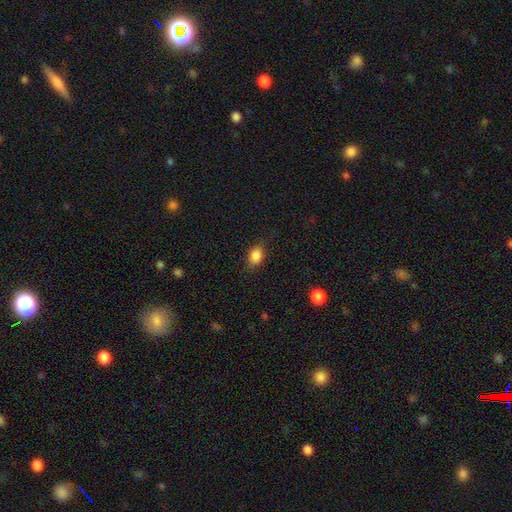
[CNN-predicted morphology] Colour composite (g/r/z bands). It shows a smooth galaxy with no disk features (86%) that is in between round and cigar-shaped (66%). Merging: none (78%).